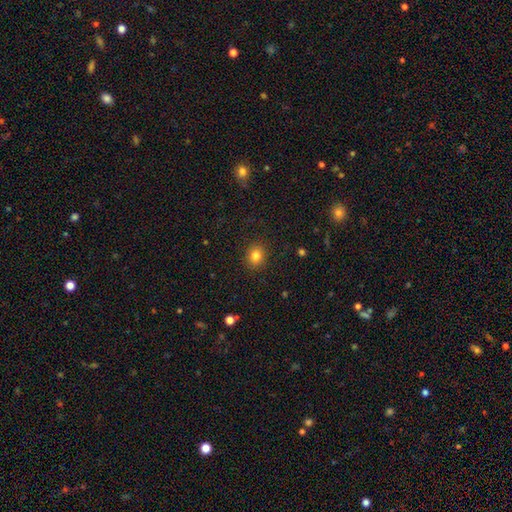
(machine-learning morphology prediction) A smooth galaxy with no disk features (83%) that is round (69%). Merging: none (89%).